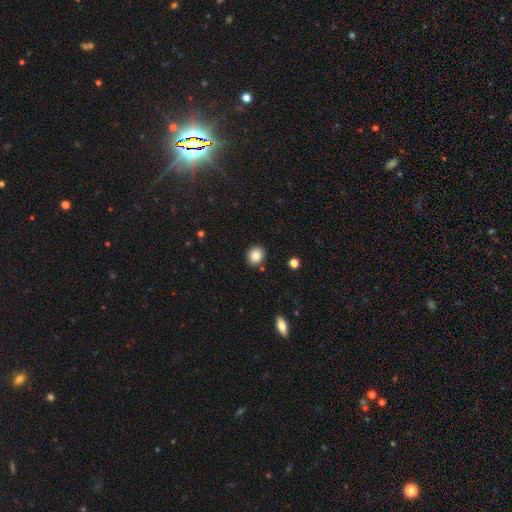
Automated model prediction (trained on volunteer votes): Overall: smooth (84%). How rounded: round (74%). Merging: none (89%).